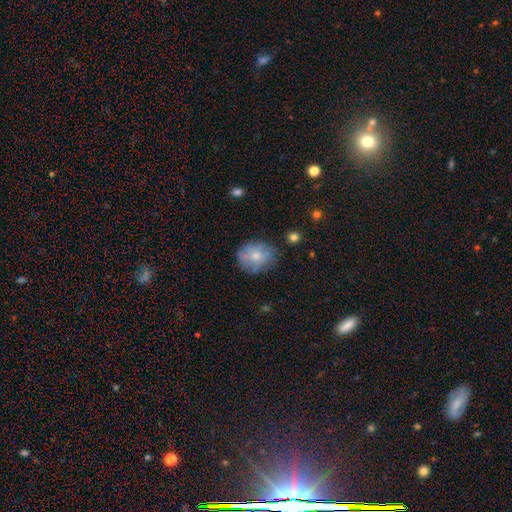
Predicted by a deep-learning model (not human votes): Q: Smooth or featured?
A: smooth (67%); runner-up: featured or disk (25%)
Q: How rounded?
A: round (68%); runner-up: in between (31%)
Q: Merging?
A: none (70%); runner-up: minor disturbance (21%)